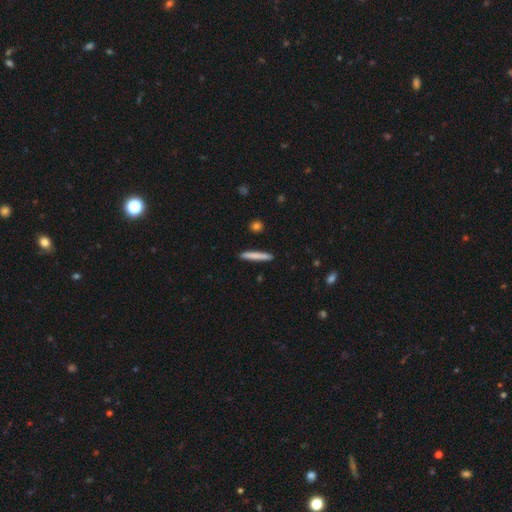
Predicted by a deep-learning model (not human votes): Smooth or featured: smooth — 78% (featured or disk — 17%)
How rounded: cigar-shaped — 96% (in between — 3%)
Merging: none — 92% (minor disturbance — 5%)